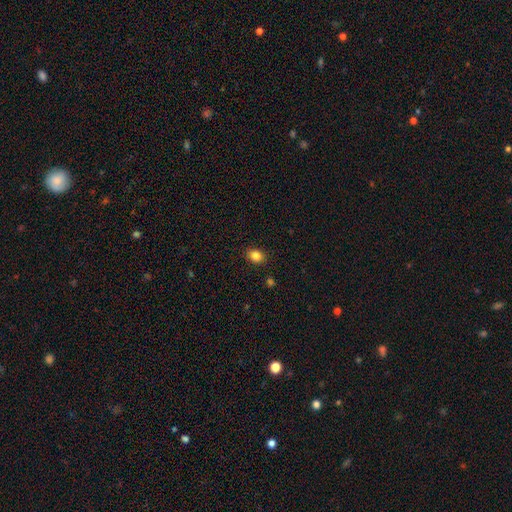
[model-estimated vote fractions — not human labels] Smooth or featured: smooth — 84% (star or artifact — 11%)
How rounded: in between — 57% (round — 42%)
Merging: none — 89% (minor disturbance — 8%)